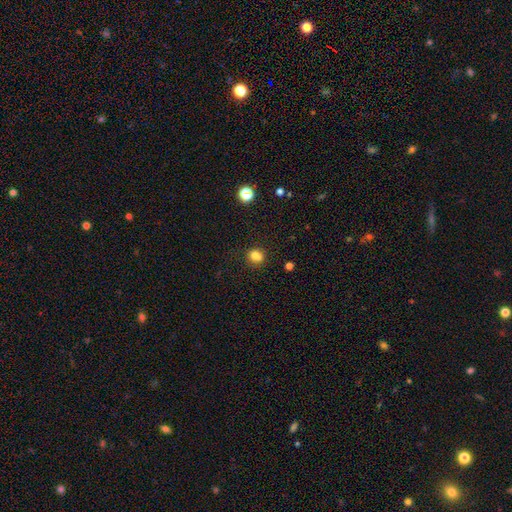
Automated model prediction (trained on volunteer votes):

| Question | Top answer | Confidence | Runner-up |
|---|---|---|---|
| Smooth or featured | smooth | 77% | star or artifact (14%) |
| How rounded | round | 60% | in between (39%) |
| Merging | none | 59% | merger (22%) |